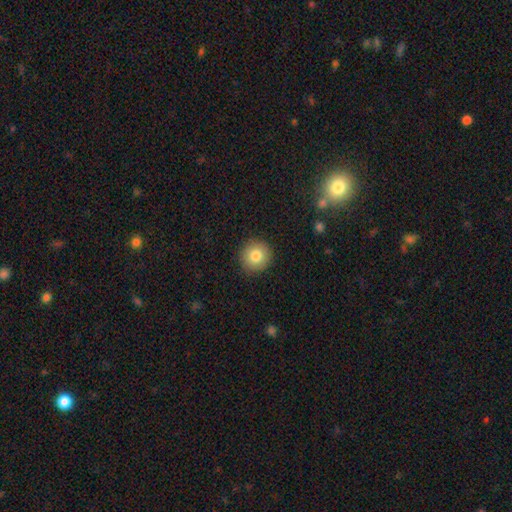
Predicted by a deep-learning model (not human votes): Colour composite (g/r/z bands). It shows a smooth galaxy with no disk features (81%) that is round (92%). Merging: none (90%).